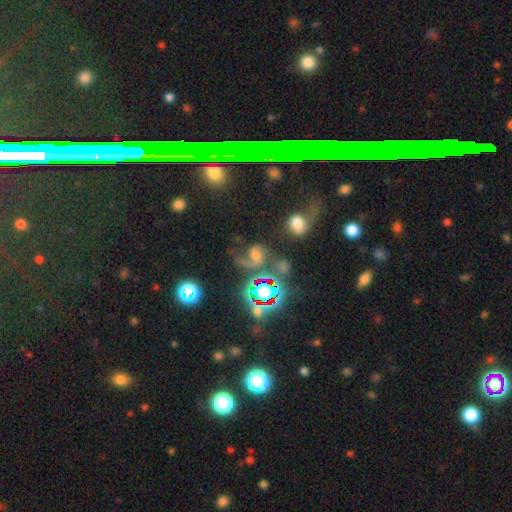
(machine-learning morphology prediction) Smooth or featured: featured or disk — 55% (star or artifact — 26%)
Edge-on disk: no — 96% (yes — 4%)
Bar: no — 53% (weak — 32%)
Spiral arms: yes — 88% (no — 12%)
Bulge size: moderate — 40% (small — 25%)
Merging: none — 35% (major disturbance — 29%)